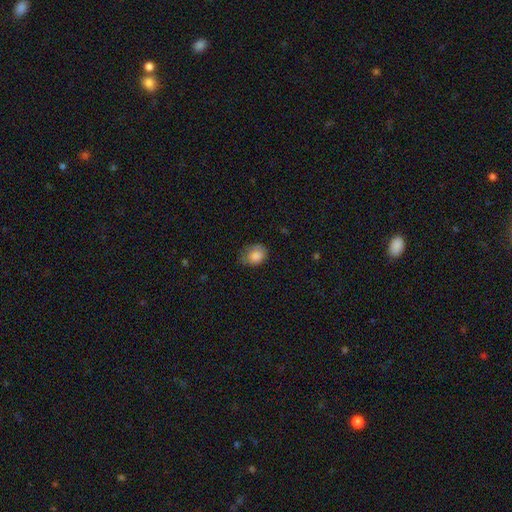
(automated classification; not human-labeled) The model was most divided on "merging": none: 55%, minor disturbance: 33%, major disturbance: 10%, merger: 1%. More confident: smooth or featured — smooth (84%); how rounded — in between (62%).